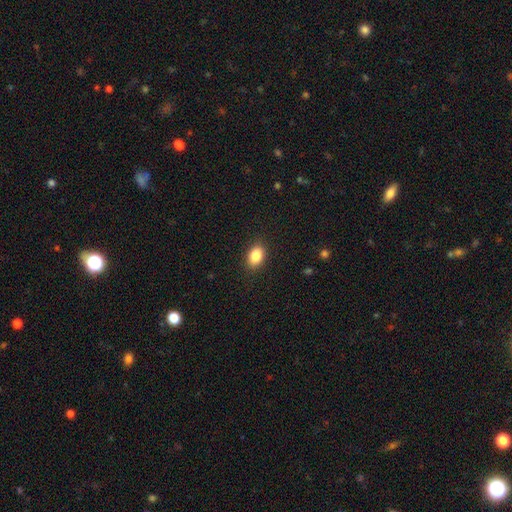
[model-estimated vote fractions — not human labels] smooth-or-featured: smooth: 86% | star or artifact: 8% | featured or disk: 6%
  how-rounded: in between: 82% | round: 16% | cigar-shaped: 1%
  merging: none: 88% | minor disturbance: 8% | major disturbance: 2% | merger: 1%